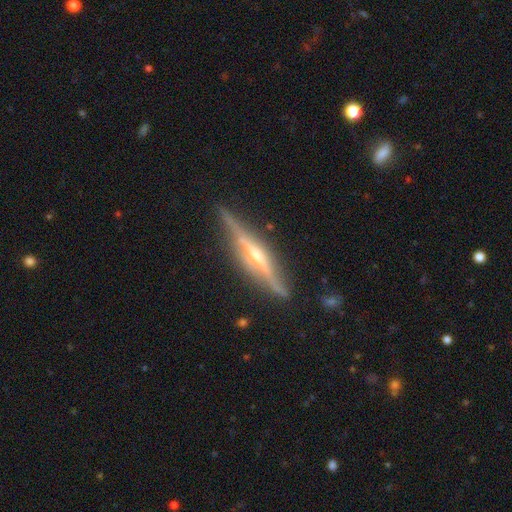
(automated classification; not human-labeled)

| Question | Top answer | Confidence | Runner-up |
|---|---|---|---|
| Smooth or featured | featured or disk | 83% | smooth (11%) |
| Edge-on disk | yes | 96% | no (4%) |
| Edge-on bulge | rounded | 69% | boxy (16%) |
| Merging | none | 83% | minor disturbance (13%) |